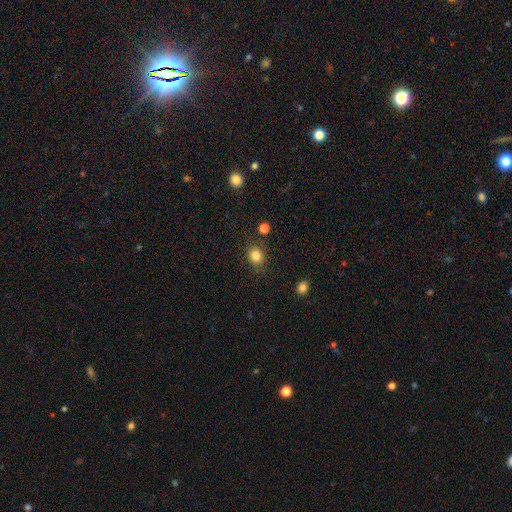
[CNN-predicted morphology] Smooth or featured? smooth (83%)
How rounded? round (66%)
Merging? none (81%)